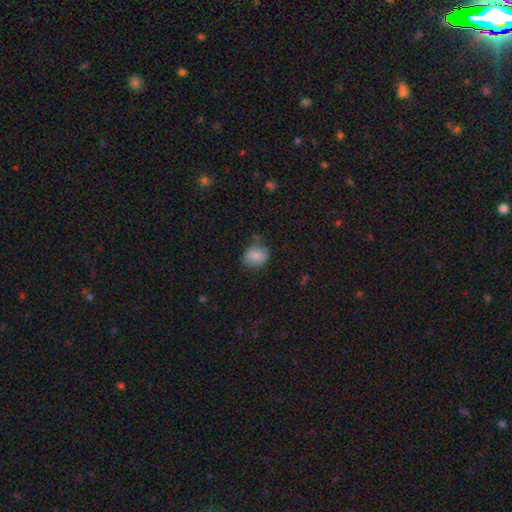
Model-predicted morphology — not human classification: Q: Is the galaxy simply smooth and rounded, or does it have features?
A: smooth — 78%.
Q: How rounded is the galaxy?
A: round — 57%.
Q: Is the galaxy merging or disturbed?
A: none — 69%.